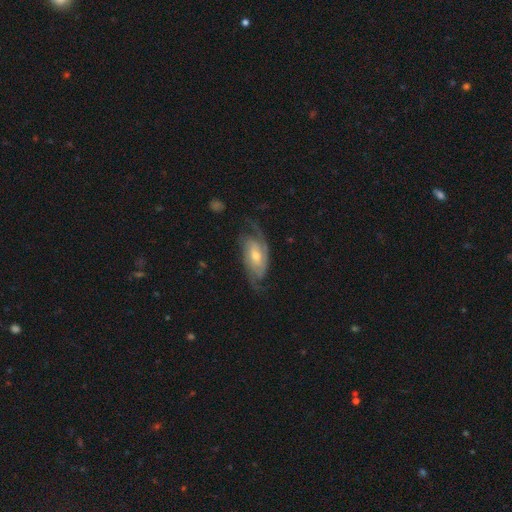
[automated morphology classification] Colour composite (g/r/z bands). It shows a featured or disk galaxy (84%) with no bar (50%), 2 (70%) medium (44%) spiral arms (96%) and a moderate central bulge (58%). Merging: none (67%).